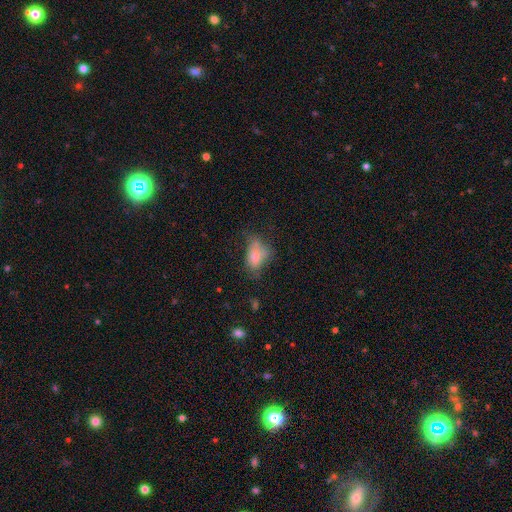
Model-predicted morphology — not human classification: The model was most divided on "merging": major disturbance: 31%, minor disturbance: 28%, none: 28%, merger: 13%. More confident: how rounded — in between (85%); smooth or featured — smooth (69%).